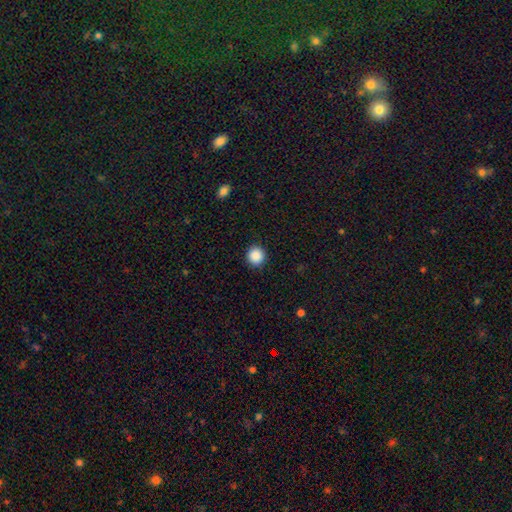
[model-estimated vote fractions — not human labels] This appears to be a smooth galaxy with no disk features (89%) that is round (95%). Merging: none (92%).